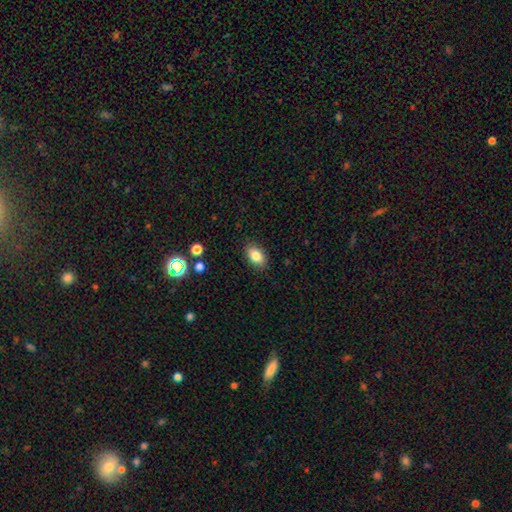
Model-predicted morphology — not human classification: A smooth galaxy with no disk features (83%) that is in between round and cigar-shaped (87%). Merging: none (87%).